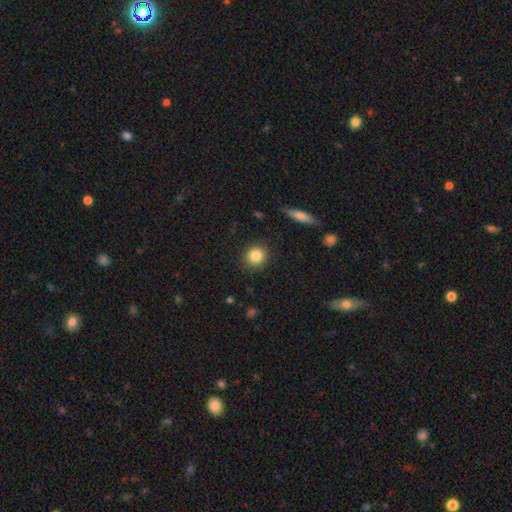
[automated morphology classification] A smooth galaxy with no disk features (84%) that is round (89%). Merging: none (89%).